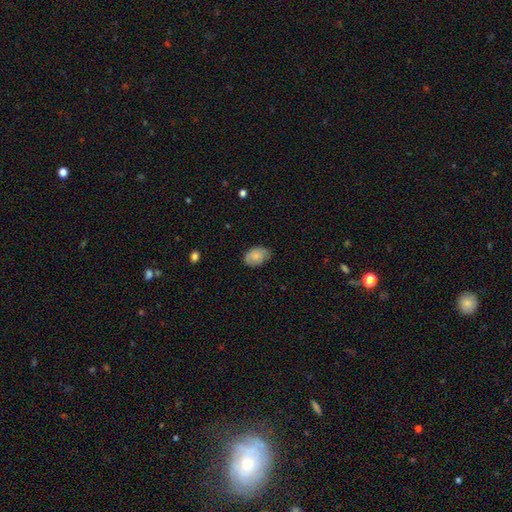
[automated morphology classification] smooth_or_featured: smooth (p=0.76) [alt: featured or disk p=0.17]
how_rounded: in between (p=0.84) [alt: round p=0.15]
merging: none (p=0.67) [alt: minor disturbance p=0.27]